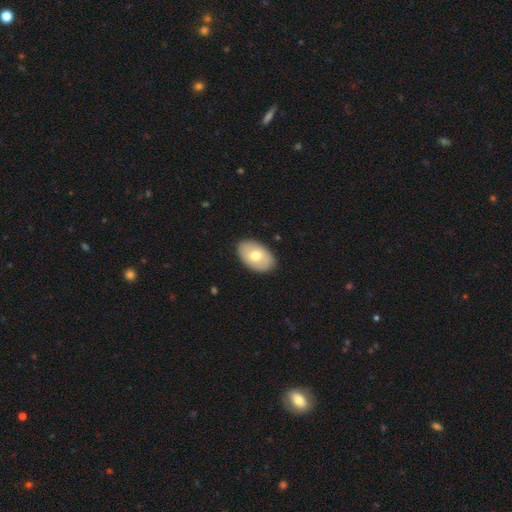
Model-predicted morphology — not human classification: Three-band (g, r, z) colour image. It shows a smooth galaxy with no disk features (71%) that is in between round and cigar-shaped (91%). Merging: none (88%).